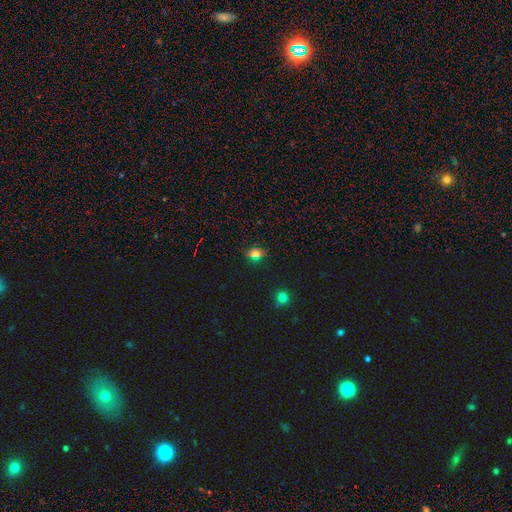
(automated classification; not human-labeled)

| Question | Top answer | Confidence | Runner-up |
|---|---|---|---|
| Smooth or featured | smooth | 64% | star or artifact (27%) |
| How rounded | in between | 49% | round (48%) |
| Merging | none | 86% | minor disturbance (9%) |